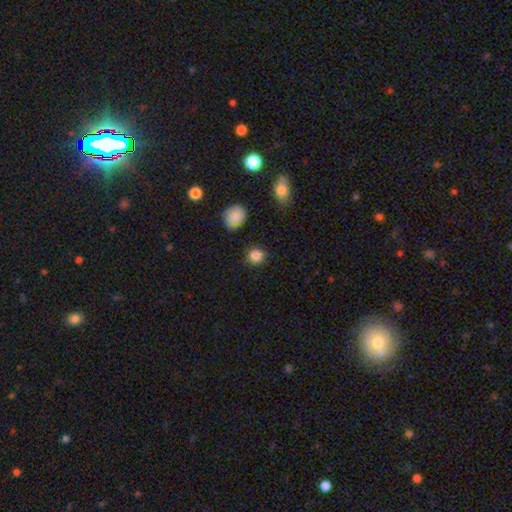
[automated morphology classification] Smooth or featured? Predicted: smooth (p=0.85). How rounded? Predicted: round (p=0.88). Merging? Predicted: none (p=0.87).